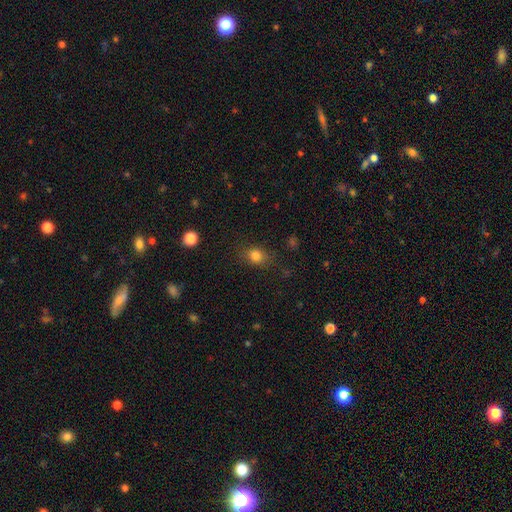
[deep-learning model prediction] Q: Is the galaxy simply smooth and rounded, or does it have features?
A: smooth — 82%.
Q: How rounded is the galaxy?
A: round — 51%.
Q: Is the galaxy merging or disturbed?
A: none — 79%.